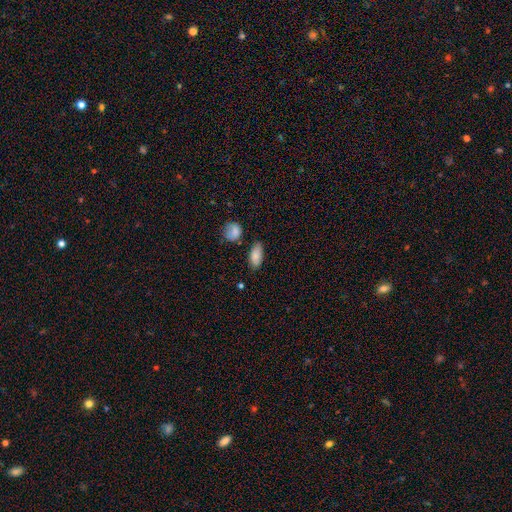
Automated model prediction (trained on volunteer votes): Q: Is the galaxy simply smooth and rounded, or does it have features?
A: smooth — 86%.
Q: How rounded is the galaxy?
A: in between — 88%.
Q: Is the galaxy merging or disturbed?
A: none — 73%.